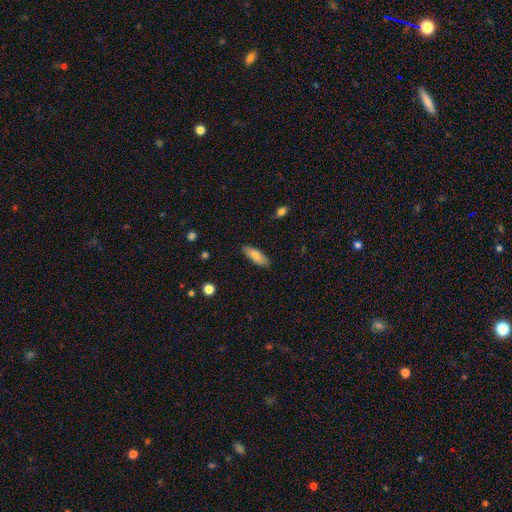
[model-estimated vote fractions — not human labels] Smooth or featured? smooth (81%)
How rounded? in between (66%)
Merging? none (87%)